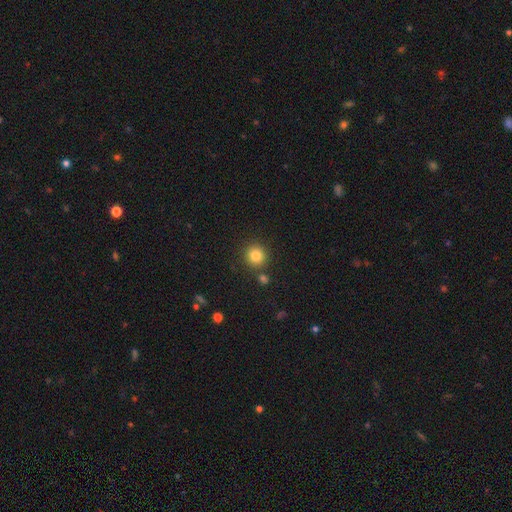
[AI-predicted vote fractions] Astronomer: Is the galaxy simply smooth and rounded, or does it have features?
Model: smooth — 83%.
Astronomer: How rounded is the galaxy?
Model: round — 93%.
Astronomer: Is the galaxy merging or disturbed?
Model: none — 84%.